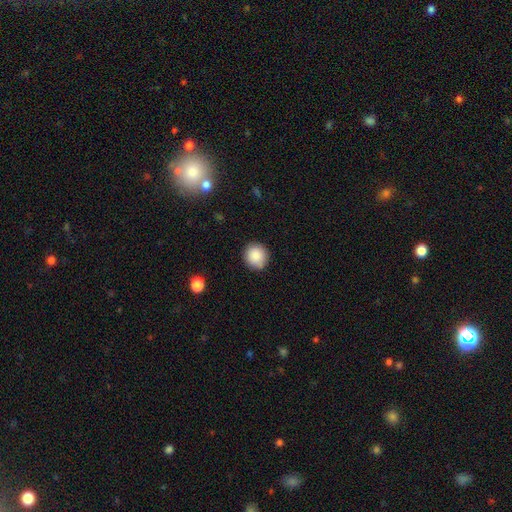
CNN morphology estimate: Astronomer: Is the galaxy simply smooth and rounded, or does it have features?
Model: smooth — 87%.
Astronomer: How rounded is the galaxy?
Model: round — 92%.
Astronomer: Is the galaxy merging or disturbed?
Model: none — 86%.